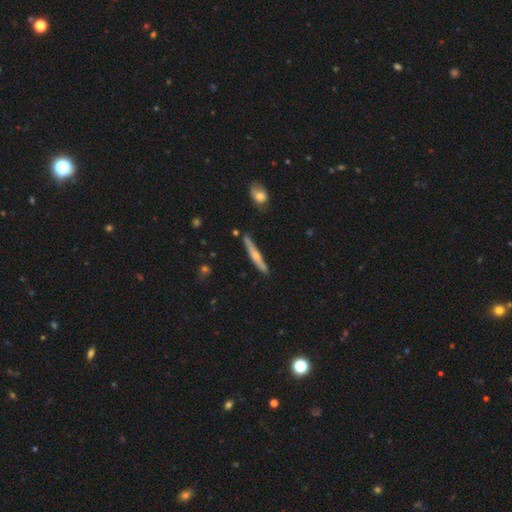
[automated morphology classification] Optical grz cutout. It shows a featured or disk galaxy (52%) viewed edge-on (94%). Merging: none (85%).